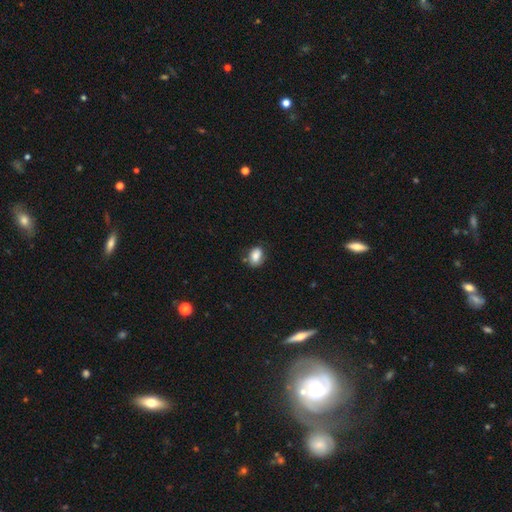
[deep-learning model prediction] Morphology: type=smooth (84%); roundness=in between (79%); merging=none (68%).